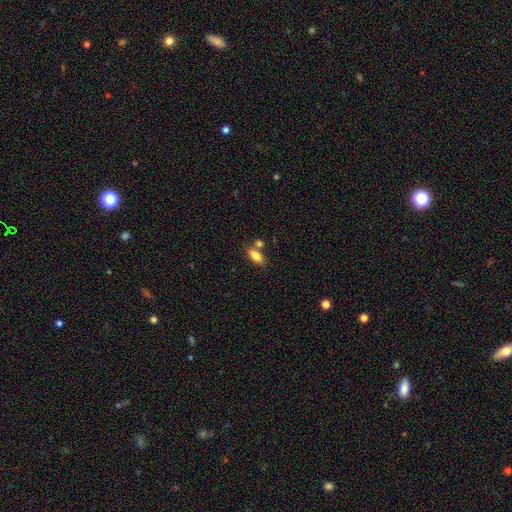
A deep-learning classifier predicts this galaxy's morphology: This appears to be a smooth galaxy with no disk features (82%) that is in between round and cigar-shaped (87%). Merging: none (64%).